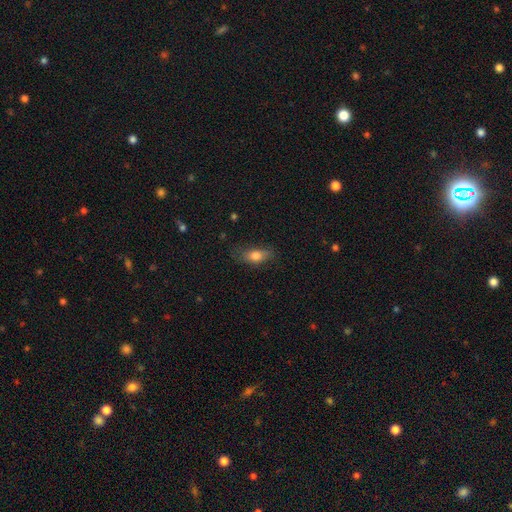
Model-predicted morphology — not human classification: Q: Smooth or featured?
A: smooth (77%); runner-up: featured or disk (15%)
Q: How rounded?
A: in between (78%); runner-up: cigar-shaped (14%)
Q: Merging?
A: none (70%); runner-up: minor disturbance (22%)